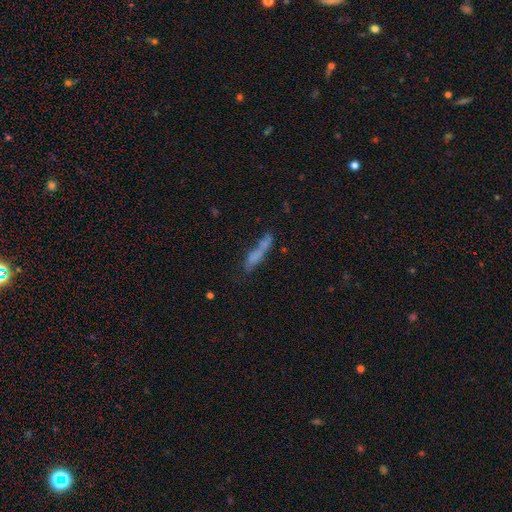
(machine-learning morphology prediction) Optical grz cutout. It shows a smooth galaxy with no disk features (64%) that is cigar-shaped (77%). Merging: none (44%).